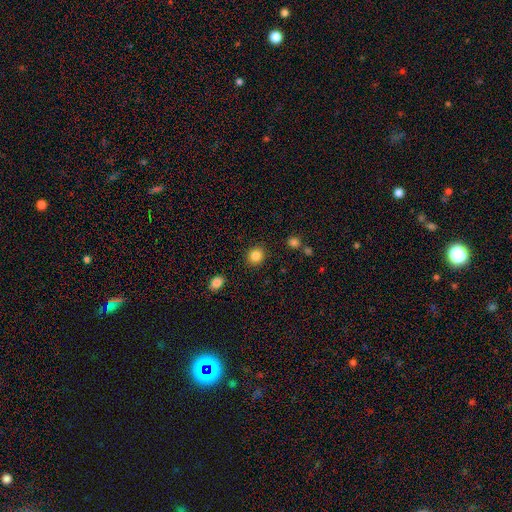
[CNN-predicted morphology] A smooth galaxy with no disk features (86%) that is round (84%). Merging: none (90%).